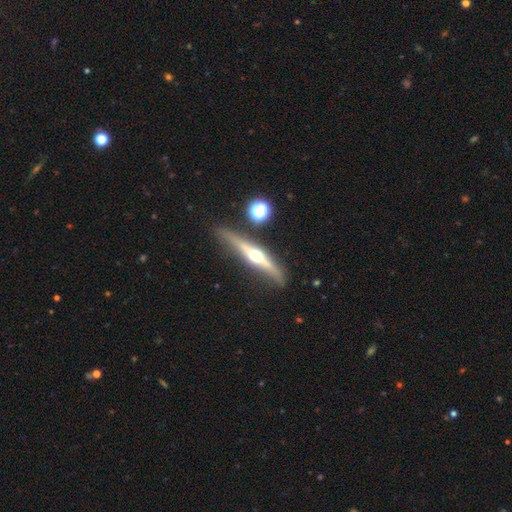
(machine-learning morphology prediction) type=featured or disk (74%); edge-on=yes (96%); edge-on bulge=rounded (93%); merging=none (83%).